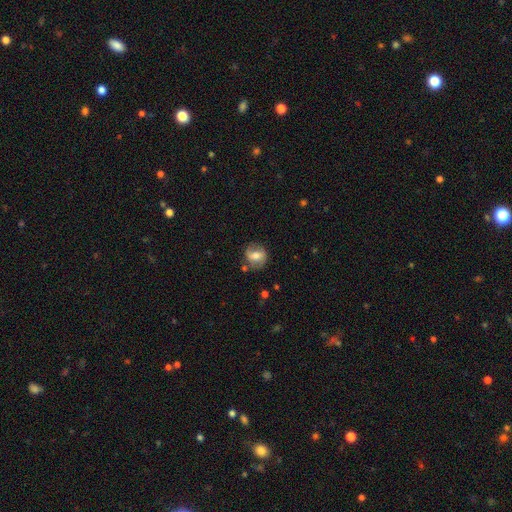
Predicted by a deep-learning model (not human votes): This appears to be a smooth galaxy with no disk features (52%) that is round (72%). Merging: none (70%).